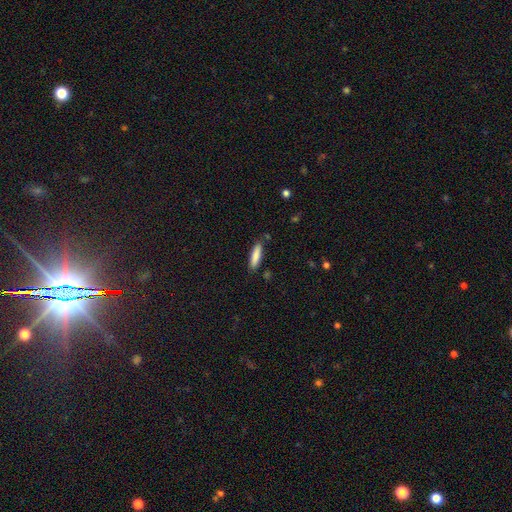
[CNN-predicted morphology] Q: Smooth or featured?
A: smooth (84%); runner-up: featured or disk (10%)
Q: How rounded?
A: cigar-shaped (75%); runner-up: in between (24%)
Q: Merging?
A: none (84%); runner-up: minor disturbance (11%)